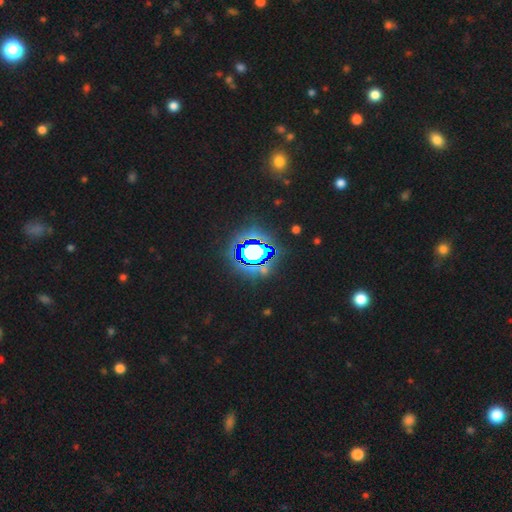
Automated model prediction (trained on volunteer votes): This appears to be a star or artifact, not a galaxy (73%).